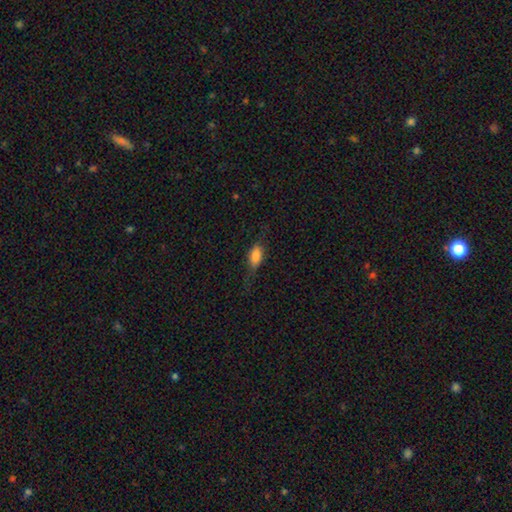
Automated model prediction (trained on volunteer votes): smooth_or_featured: smooth (p=0.77) [alt: featured or disk p=0.15]
how_rounded: in between (p=0.82) [alt: cigar-shaped p=0.13]
merging: none (p=0.62) [alt: minor disturbance p=0.25]